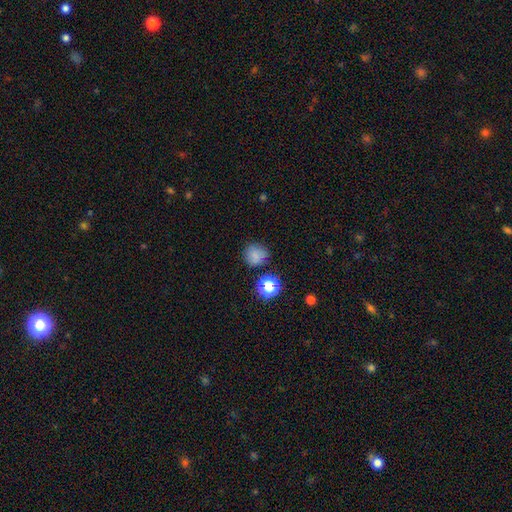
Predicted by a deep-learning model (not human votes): This appears to be a smooth galaxy with no disk features (75%) that is round (86%). Merging: none (77%).